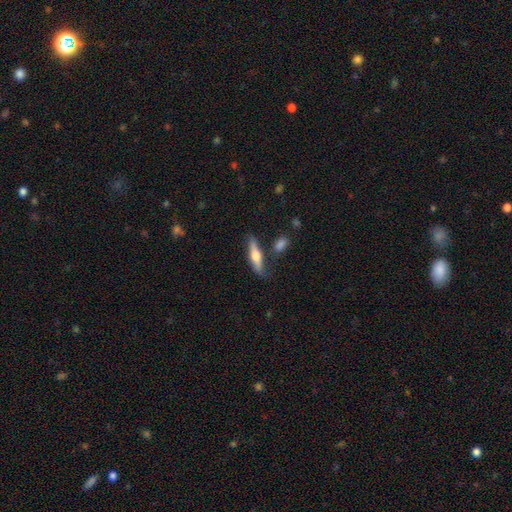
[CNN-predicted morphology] smooth-or-featured: featured or disk: 47% (tied) | smooth: 47% (tied) | star or artifact: 6%
  merging: none: 72% | minor disturbance: 17% | merger: 7% | major disturbance: 5%